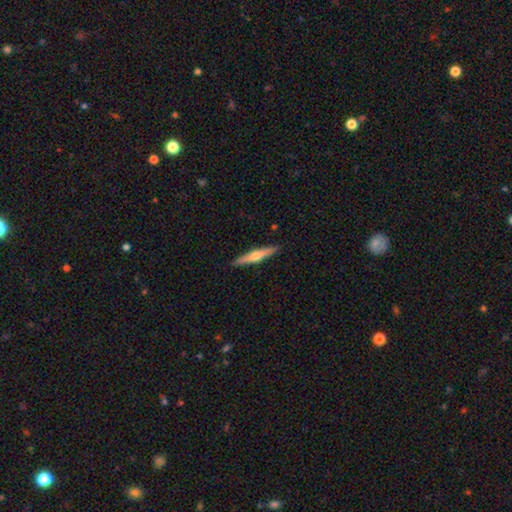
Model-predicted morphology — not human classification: Smooth or featured: featured or disk — 58% (smooth — 37%)
Edge-on disk: yes — 97% (no — 3%)
Edge-on bulge: rounded — 85% (none — 8%)
Merging: none — 91% (minor disturbance — 6%)